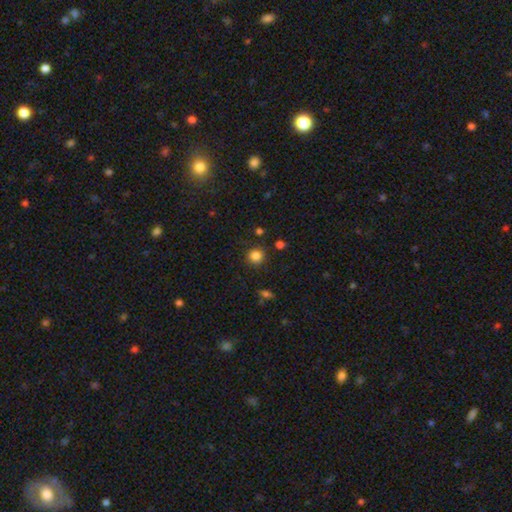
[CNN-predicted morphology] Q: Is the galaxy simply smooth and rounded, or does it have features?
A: smooth — 83%.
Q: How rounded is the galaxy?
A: round — 91%.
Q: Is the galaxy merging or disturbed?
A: none — 87%.